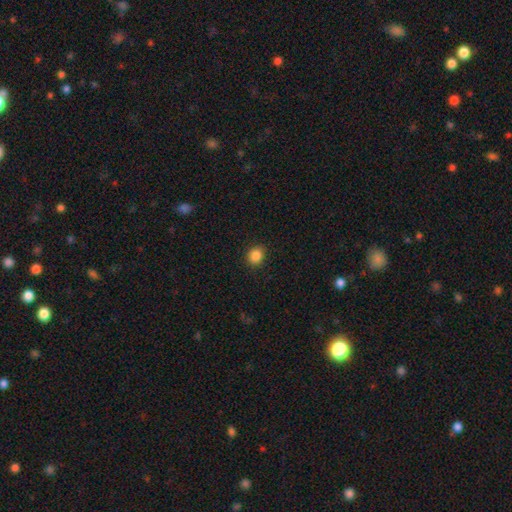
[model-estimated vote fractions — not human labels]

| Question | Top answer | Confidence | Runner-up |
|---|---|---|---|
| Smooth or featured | smooth | 86% | star or artifact (10%) |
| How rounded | round | 68% | in between (31%) |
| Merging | none | 89% | minor disturbance (8%) |